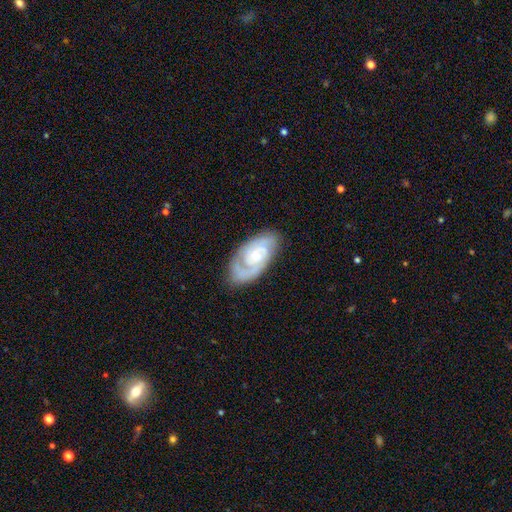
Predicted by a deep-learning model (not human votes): smooth_or_featured: featured or disk (p=0.83) [alt: smooth p=0.12]
disk_edge_on: no (p=0.95) [alt: yes p=0.05]
bar: no (p=0.66) [alt: weak p=0.29]
has_spiral_arms: yes (p=0.95) [alt: no p=0.05]
spiral_winding: tight (p=0.55) [alt: medium p=0.37]
spiral_arm_count: 2 (p=0.66) [alt: can't tell p=0.14]
bulge_size: small (p=0.49) [alt: moderate p=0.46]
merging: none (p=0.78) [alt: minor disturbance p=0.16]